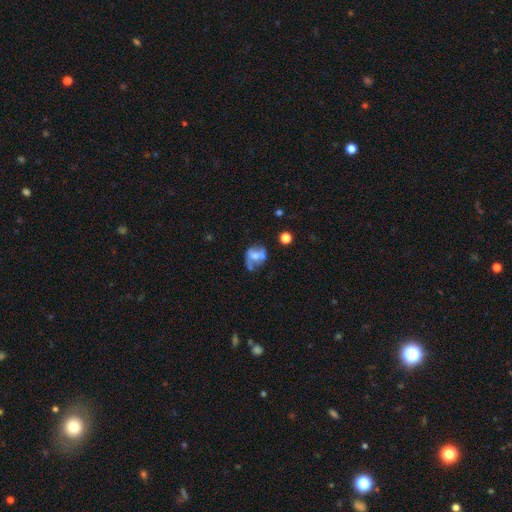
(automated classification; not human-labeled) Smooth or featured? Predicted: featured or disk (p=0.50). Merging? Predicted: none (p=0.35).